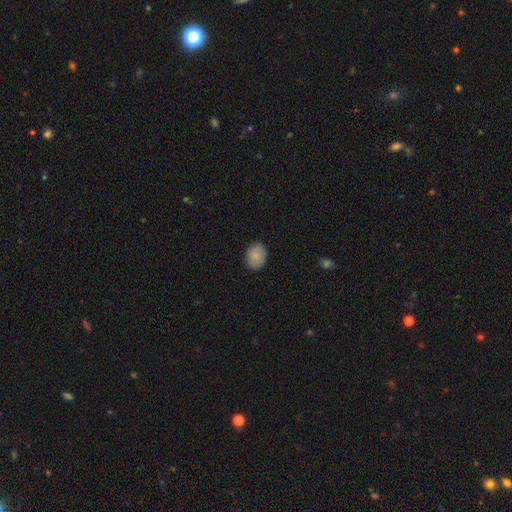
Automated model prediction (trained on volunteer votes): Smooth or featured: smooth — 87% (star or artifact — 8%)
How rounded: in between — 59% (round — 40%)
Merging: none — 87% (minor disturbance — 10%)